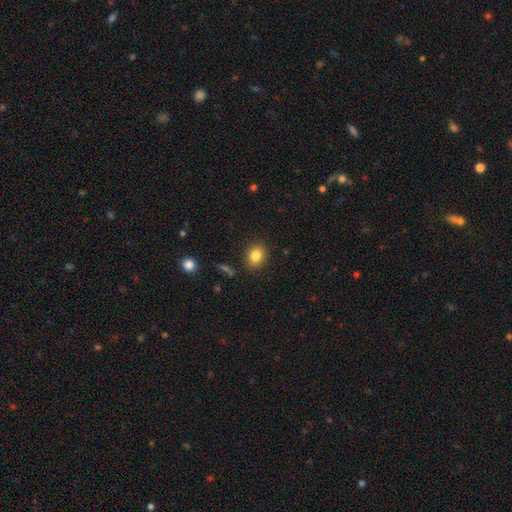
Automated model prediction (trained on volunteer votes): Q: Smooth or featured?
A: smooth (83%); runner-up: star or artifact (10%)
Q: How rounded?
A: round (52%); runner-up: in between (46%)
Q: Merging?
A: none (87%); runner-up: minor disturbance (9%)